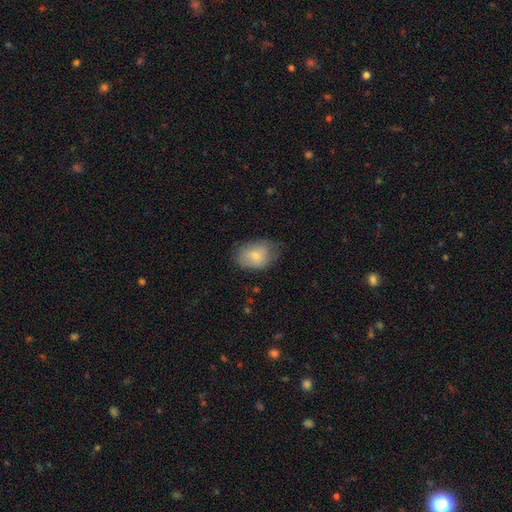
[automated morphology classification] Smooth or featured: smooth — 77% (featured or disk — 16%)
How rounded: in between — 77% (round — 22%)
Merging: none — 62% (minor disturbance — 29%)